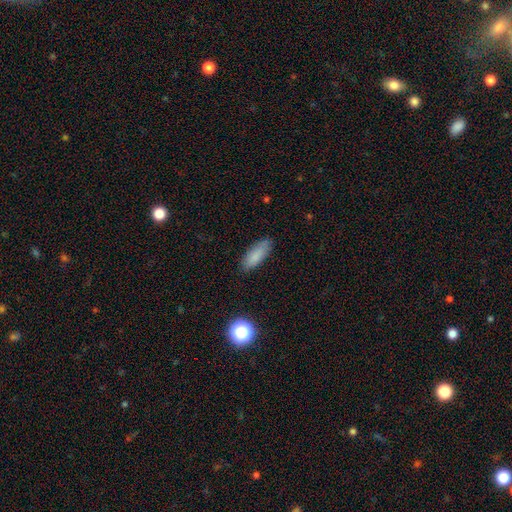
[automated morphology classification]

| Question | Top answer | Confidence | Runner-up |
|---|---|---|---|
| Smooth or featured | smooth | 84% | featured or disk (8%) |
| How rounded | in between | 70% | cigar-shaped (28%) |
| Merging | none | 83% | minor disturbance (13%) |